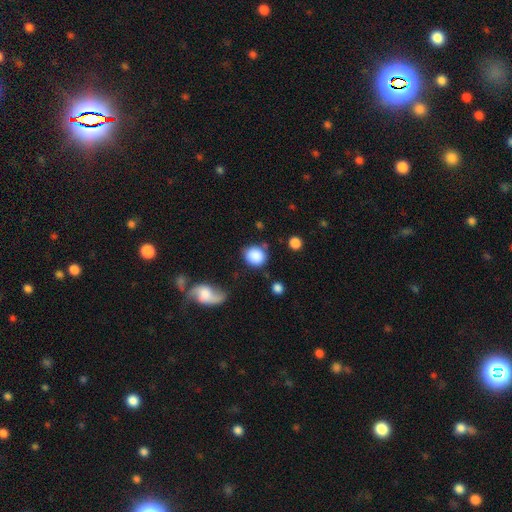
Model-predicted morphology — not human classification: Overall: smooth (86%). How rounded: round (74%). Merging: none (72%).